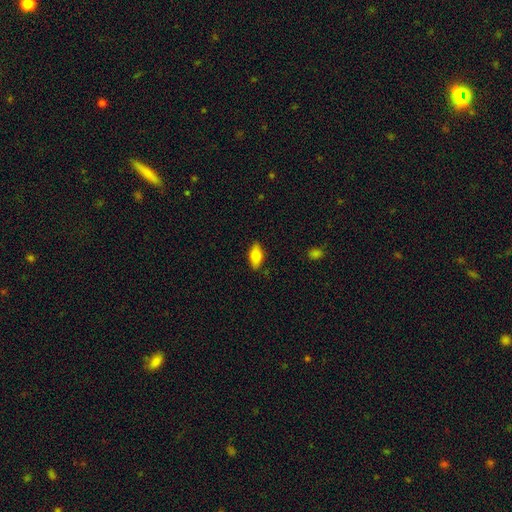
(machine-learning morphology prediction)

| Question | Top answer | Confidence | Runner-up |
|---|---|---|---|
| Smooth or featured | smooth | 76% | featured or disk (17%) |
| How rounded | in between | 87% | cigar-shaped (9%) |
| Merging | none | 86% | minor disturbance (11%) |